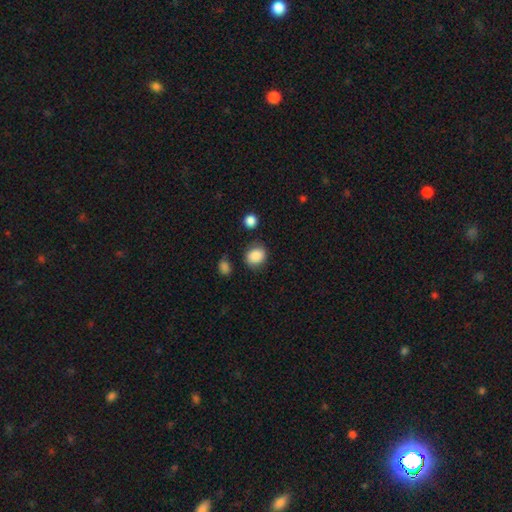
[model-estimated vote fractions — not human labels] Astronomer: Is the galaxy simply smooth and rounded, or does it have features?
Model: smooth — 86%.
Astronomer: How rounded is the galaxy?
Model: round — 65%.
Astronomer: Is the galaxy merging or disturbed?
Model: none — 74%.